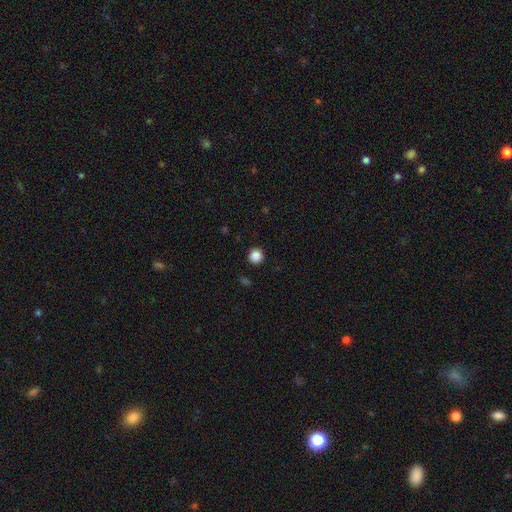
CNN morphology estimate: smooth-or-featured: smooth: 87% | star or artifact: 10% | featured or disk: 3%
  how-rounded: round: 95% | in between: 4% | cigar-shaped: 1%
  merging: none: 93% | minor disturbance: 4% | major disturbance: 2% | merger: 1%